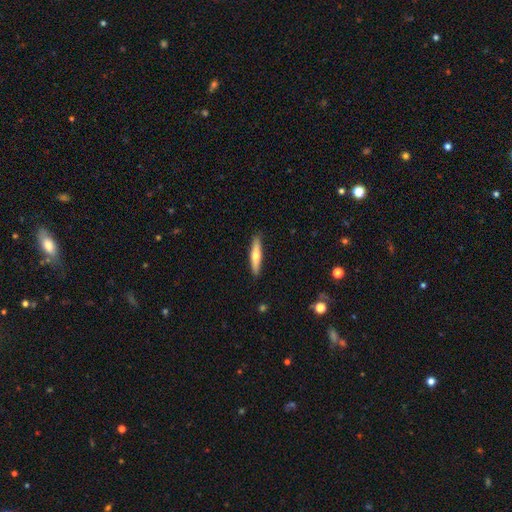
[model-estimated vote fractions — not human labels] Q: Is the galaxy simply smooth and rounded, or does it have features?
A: smooth — 56%.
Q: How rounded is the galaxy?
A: cigar-shaped — 85%.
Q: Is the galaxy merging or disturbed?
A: none — 90%.